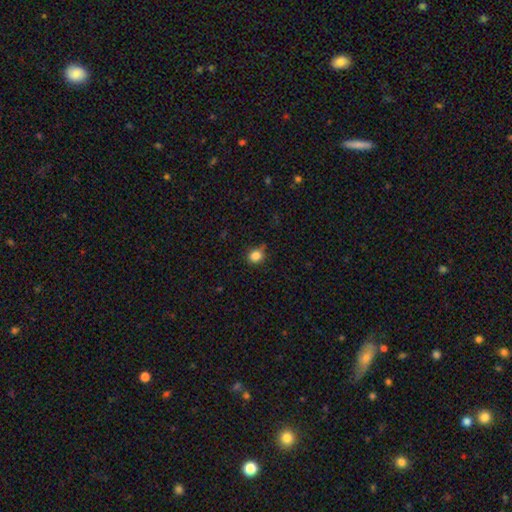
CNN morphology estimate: smooth 84%, star or artifact 11%, featured or disk 4%. Down the decision tree: how rounded — round (78%); merging — none (71%).